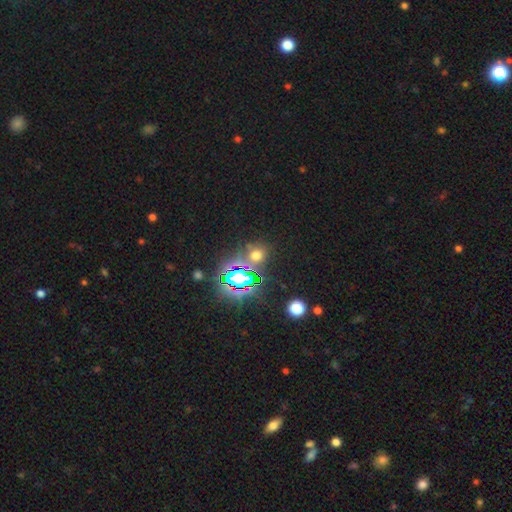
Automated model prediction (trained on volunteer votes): This is possibly a star or artifact rather than a galaxy (46%, tied with smooth).